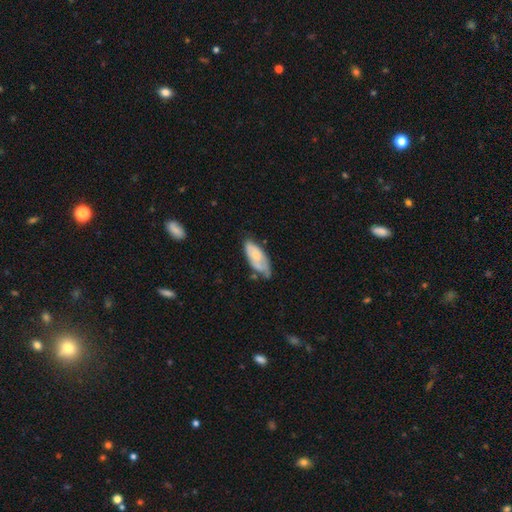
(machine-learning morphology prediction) A smooth galaxy with no disk features (58%) that is in between round and cigar-shaped (83%).

Vote fractions:
- Smooth or featured? smooth: 58% / featured or disk: 36% / star or artifact: 6%
- How rounded? in between: 83% / cigar-shaped: 15% / round: 2%
- Merging? none: 46% / minor disturbance: 39% / major disturbance: 10% / merger: 5%